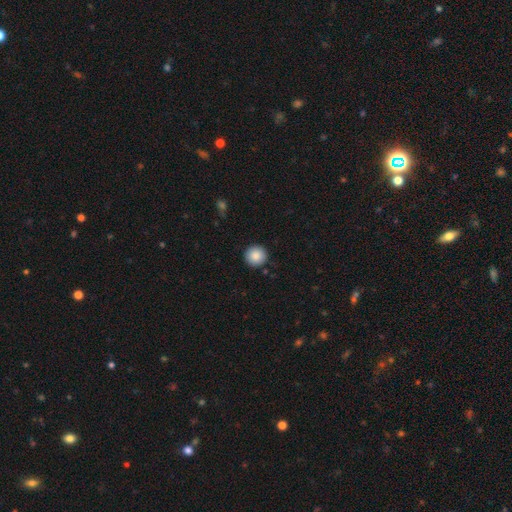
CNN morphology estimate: A smooth galaxy with no disk features (87%) that is round (95%). Merging: none (91%).